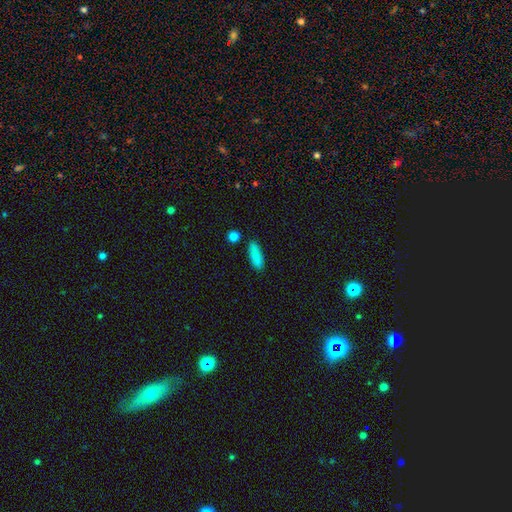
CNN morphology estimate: smooth_or_featured: smooth (p=0.86) [alt: star or artifact p=0.08]
how_rounded: in between (p=0.55) [alt: cigar-shaped p=0.42]
merging: none (p=0.81) [alt: minor disturbance p=0.12]